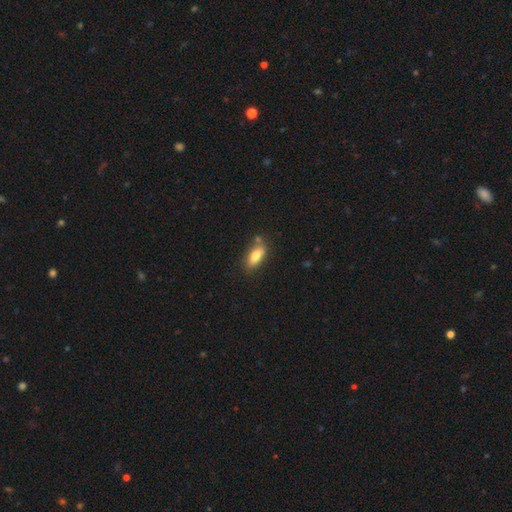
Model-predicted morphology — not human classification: smooth 79%, featured or disk 14%, star or artifact 8%. Down the decision tree: how rounded — in between (82%); merging — none (71%).